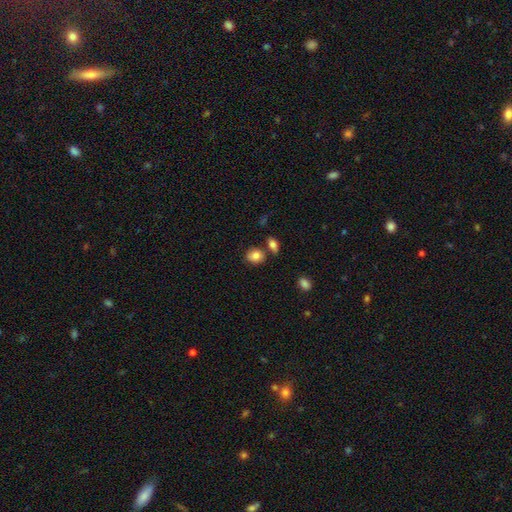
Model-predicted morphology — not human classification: Smooth or featured? smooth (83%)
How rounded? round (55%)
Merging? none (69%)